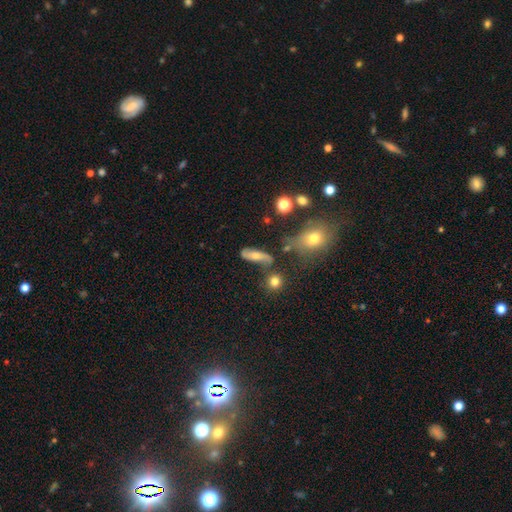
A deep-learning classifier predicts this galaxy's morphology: This is possibly a smooth galaxy (48%). Merging: possibly none (55%).